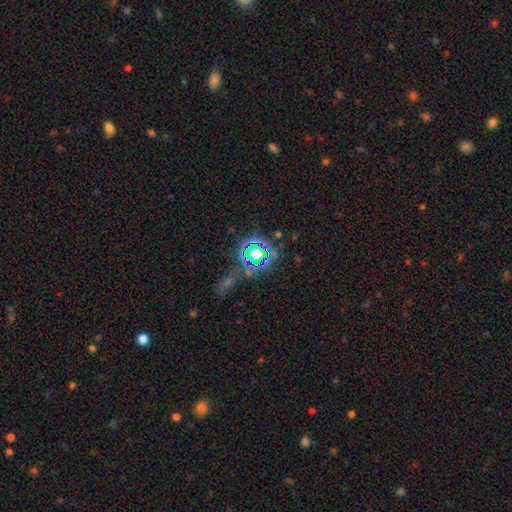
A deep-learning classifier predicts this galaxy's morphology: A star or artifact, not a galaxy (68%).